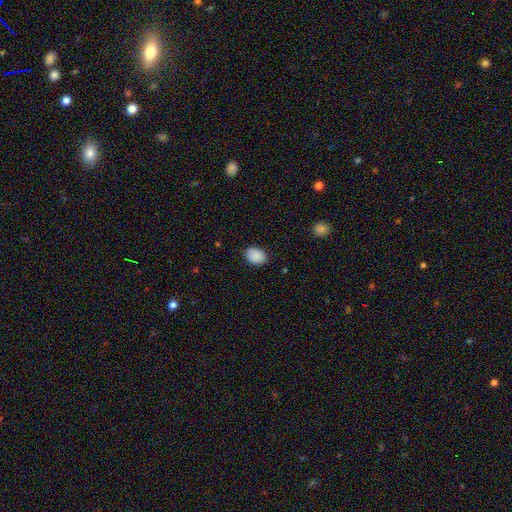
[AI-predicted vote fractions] This is clearly a smooth galaxy (89%). How rounded: likely in between (65%). Merging: clearly none (85%).